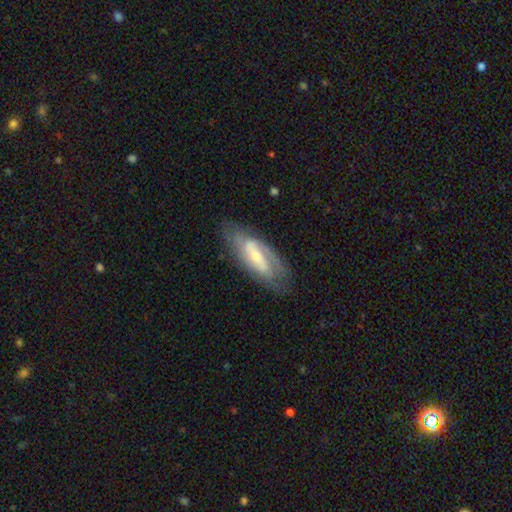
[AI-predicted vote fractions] Smooth or featured? Predicted: featured or disk (p=0.76). Edge-on disk? Predicted: no (p=0.88). Bar? Predicted: weak (p=0.38). Spiral arms? Predicted: yes (p=0.87). Spiral winding? Predicted: medium (p=0.44). Spiral arm count? Predicted: 2 (p=0.68). Bulge size? Predicted: small (p=0.53). Merging? Predicted: none (p=0.73).